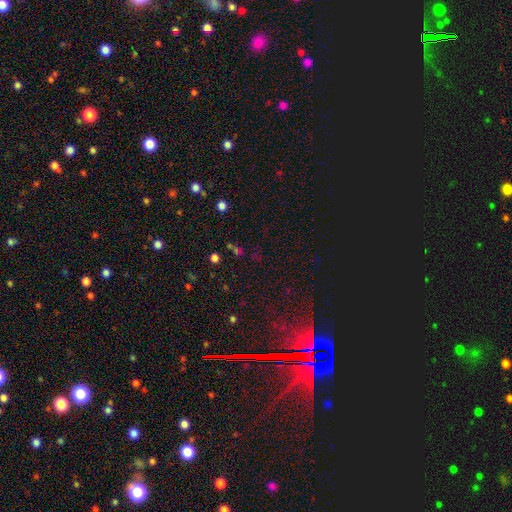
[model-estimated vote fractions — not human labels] Smooth or featured: star or artifact — 55% (smooth — 36%)